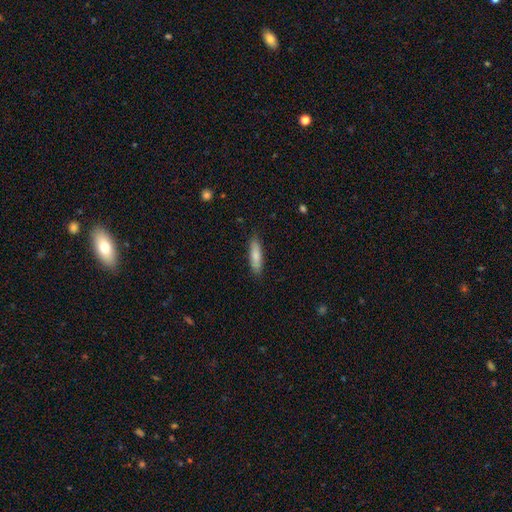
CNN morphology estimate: Q: Smooth or featured?
A: smooth (80%); runner-up: featured or disk (15%)
Q: How rounded?
A: cigar-shaped (68%); runner-up: in between (31%)
Q: Merging?
A: none (87%); runner-up: minor disturbance (10%)